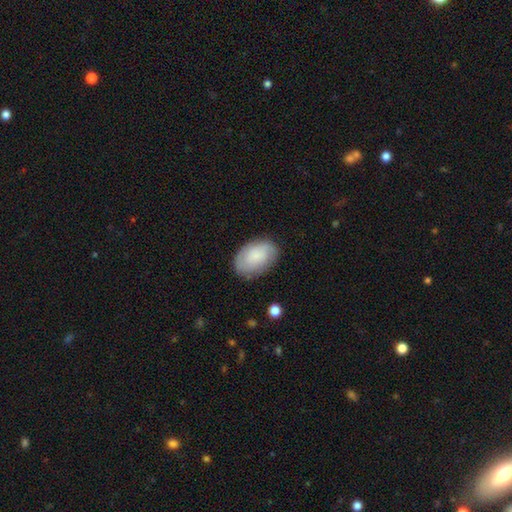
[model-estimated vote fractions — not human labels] Smooth or featured: smooth — 68% (featured or disk — 25%)
How rounded: in between — 89% (round — 10%)
Merging: none — 79% (minor disturbance — 15%)